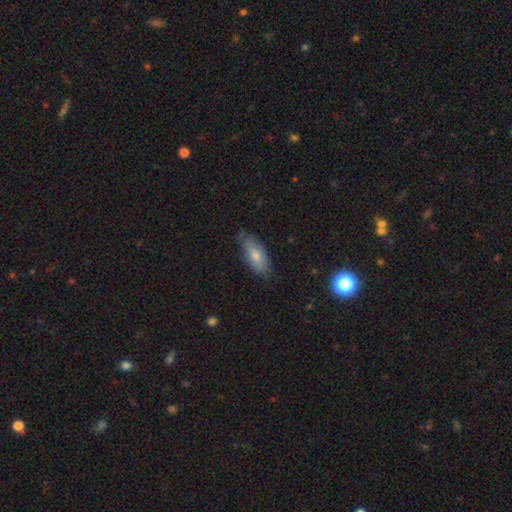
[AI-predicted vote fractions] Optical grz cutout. It shows a smooth galaxy with no disk features (65%) that is in between round and cigar-shaped (76%). Merging: none (72%).